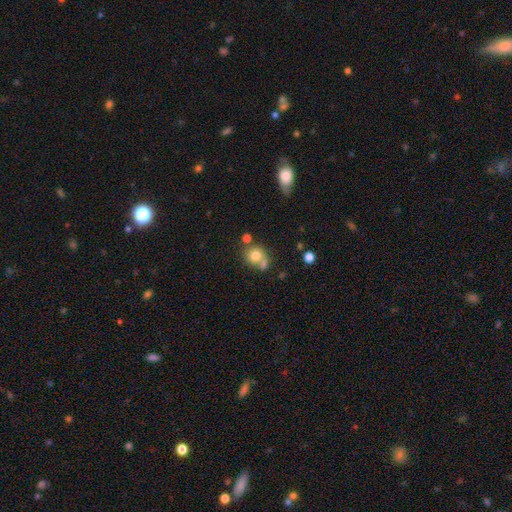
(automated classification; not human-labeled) Smooth or featured: smooth — 76% (featured or disk — 13%)
How rounded: round — 82% (in between — 17%)
Merging: none — 50% (merger — 33%)